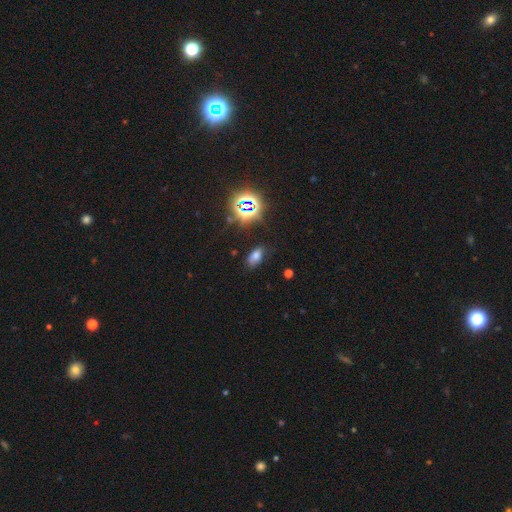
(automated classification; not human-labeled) smooth 62%, star or artifact 27%, featured or disk 10%. Down the decision tree: how rounded — in between (87%); merging — none (79%).